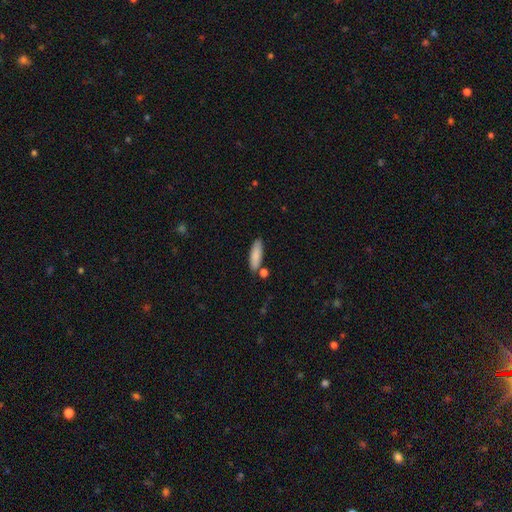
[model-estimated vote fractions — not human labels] Smooth or featured? smooth (85%)
How rounded? in between (55%)
Merging? none (76%)